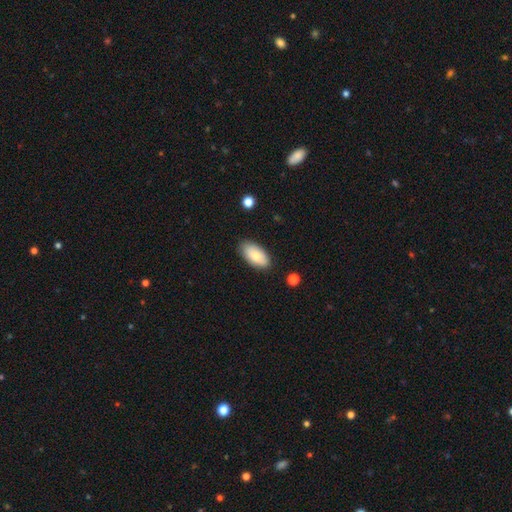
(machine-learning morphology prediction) The model was most divided on "smooth or featured": smooth: 80%, featured or disk: 13%, star or artifact: 6%. More confident: how rounded — in between (94%); merging — none (83%).